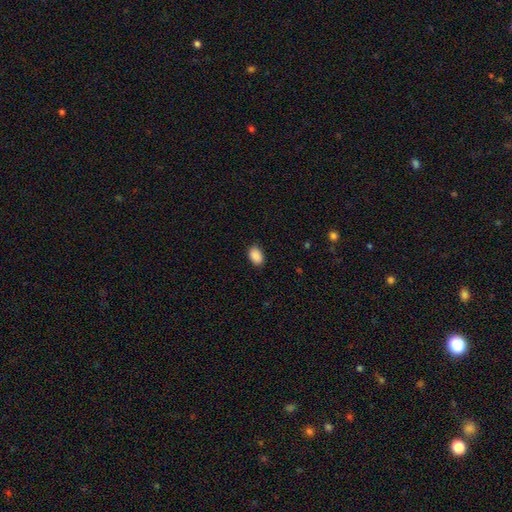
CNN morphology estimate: This is clearly a smooth galaxy (90%). How rounded: clearly in between (87%). Merging: clearly none (87%).